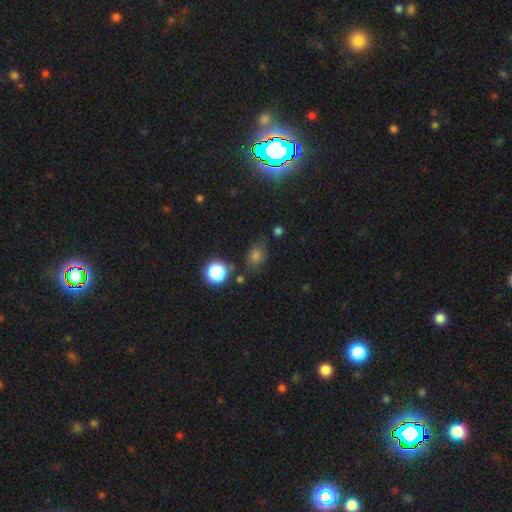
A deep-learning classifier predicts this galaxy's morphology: This appears to be a smooth galaxy with no disk features (70%) that is in between round and cigar-shaped (63%). Merging: none (71%).